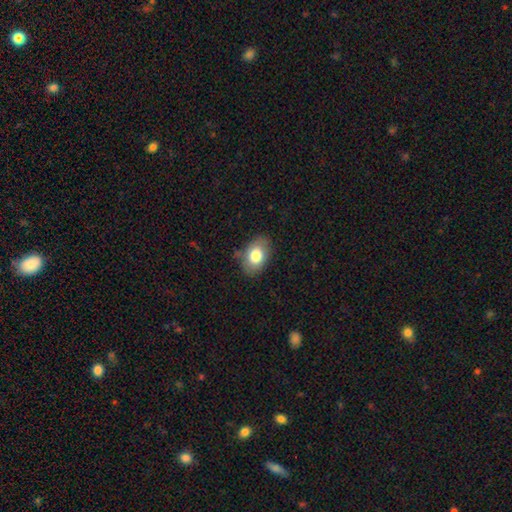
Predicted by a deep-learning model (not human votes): Overall: smooth (78%). How rounded: in between (85%). Merging: none (77%).